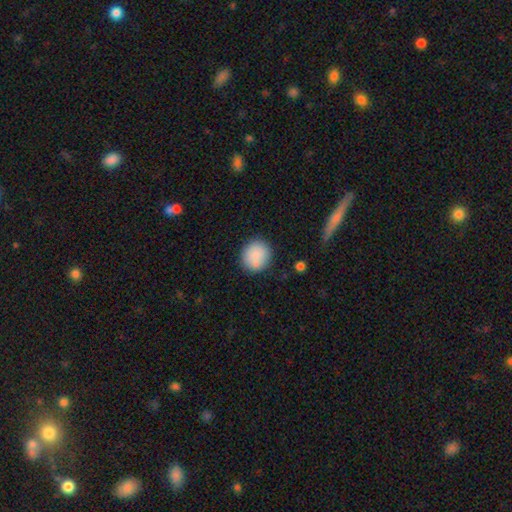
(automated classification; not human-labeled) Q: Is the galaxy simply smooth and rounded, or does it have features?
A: smooth — 86%.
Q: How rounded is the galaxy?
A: round — 84%.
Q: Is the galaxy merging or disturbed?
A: none — 80%.